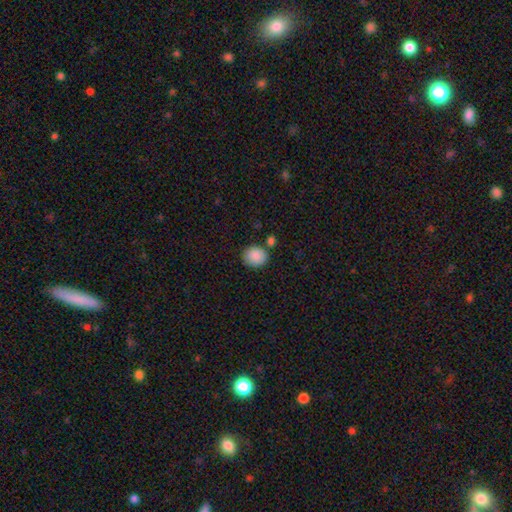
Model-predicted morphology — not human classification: Smooth or featured: smooth — 89% (star or artifact — 7%)
How rounded: round — 68% (in between — 31%)
Merging: none — 77% (minor disturbance — 12%)